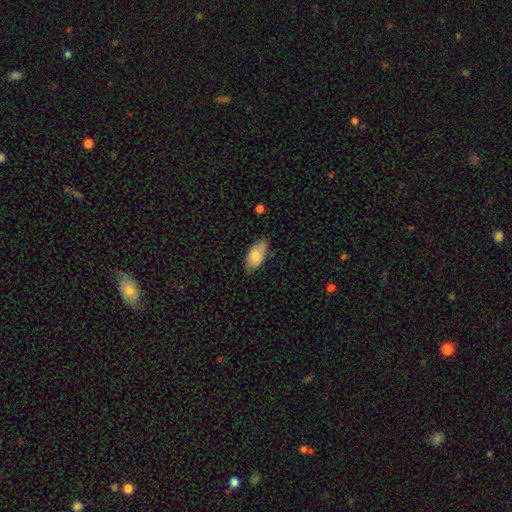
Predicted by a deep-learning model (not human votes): The model was most divided on "merging": none: 72%, minor disturbance: 22%, major disturbance: 4%, merger: 2%. More confident: how rounded — in between (92%); smooth or featured — smooth (74%).